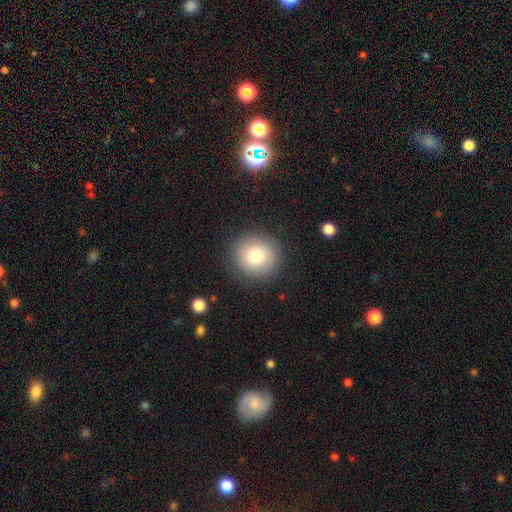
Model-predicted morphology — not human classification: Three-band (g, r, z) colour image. It shows a smooth galaxy with no disk features (77%) that is round (92%). Merging: none (88%).